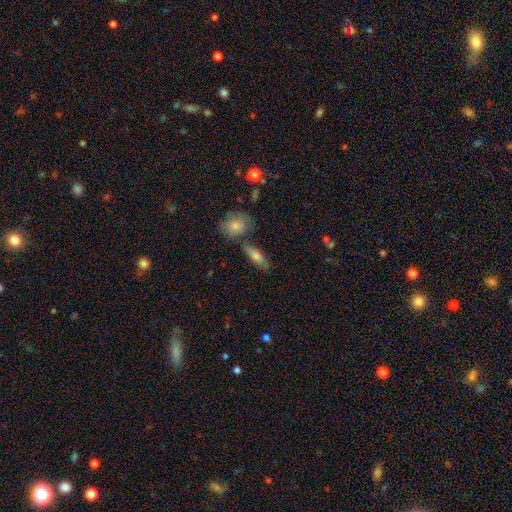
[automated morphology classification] This is likely a smooth galaxy (72%). How rounded: likely in between (63%). Merging: likely none (67%).